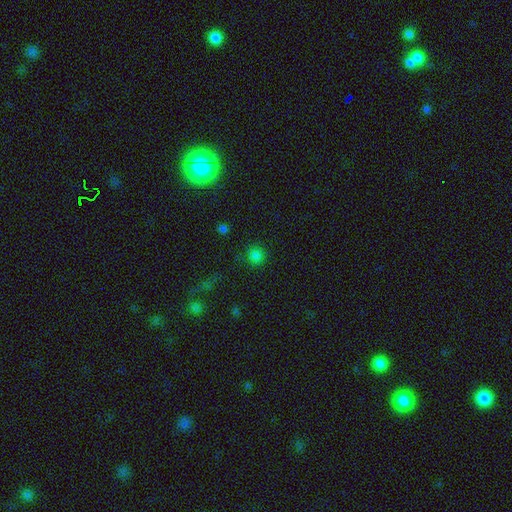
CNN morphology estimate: Q: Smooth or featured?
A: smooth (78%); runner-up: star or artifact (19%)
Q: How rounded?
A: round (92%); runner-up: in between (7%)
Q: Merging?
A: none (86%); runner-up: minor disturbance (8%)